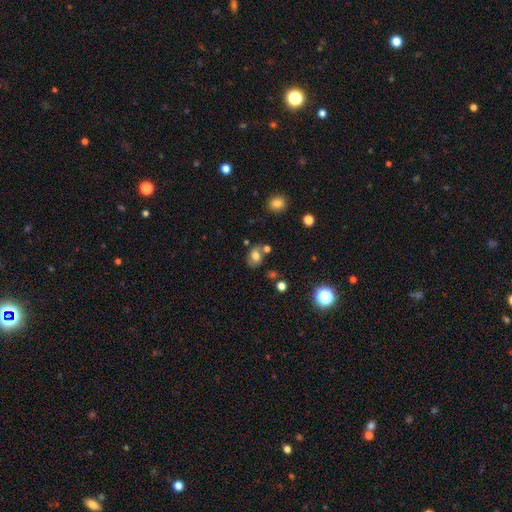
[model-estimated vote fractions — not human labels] Smooth or featured? Predicted: smooth (p=0.69). How rounded? Predicted: in between (p=0.66). Merging? Predicted: none (p=0.60).